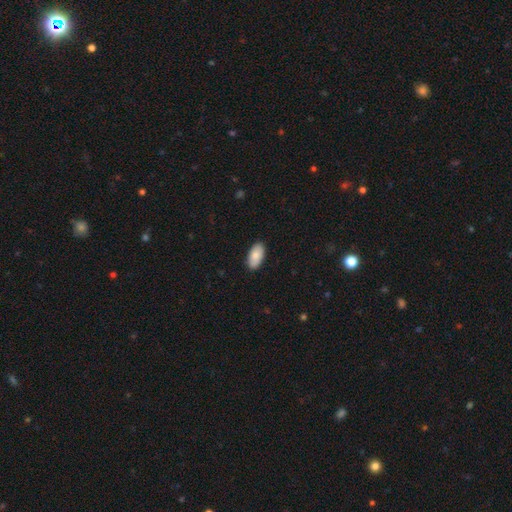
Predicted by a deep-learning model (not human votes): Smooth or featured: smooth — 86% (featured or disk — 8%)
How rounded: in between — 95% (cigar-shaped — 3%)
Merging: none — 89% (minor disturbance — 8%)